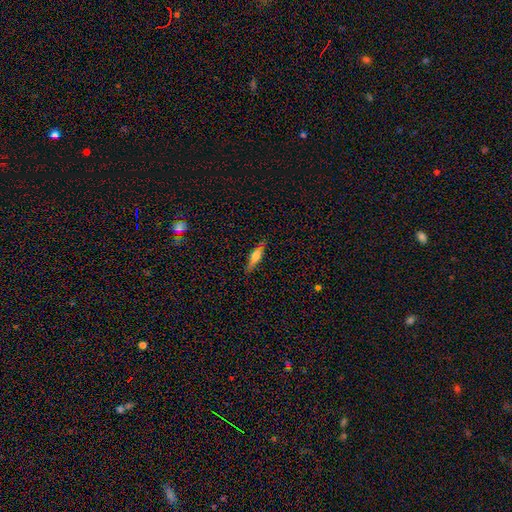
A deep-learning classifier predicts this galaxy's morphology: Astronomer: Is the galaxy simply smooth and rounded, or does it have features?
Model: smooth — 54% (runner-up: featured or disk, 39%).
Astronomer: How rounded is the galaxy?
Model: cigar-shaped — 73%.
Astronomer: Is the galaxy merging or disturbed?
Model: none — 84%.